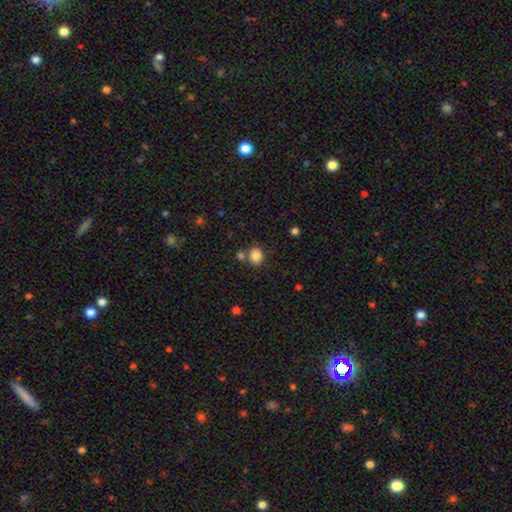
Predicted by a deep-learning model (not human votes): This is clearly a smooth galaxy (84%). How rounded: likely round (60%). Merging: likely none (70%).